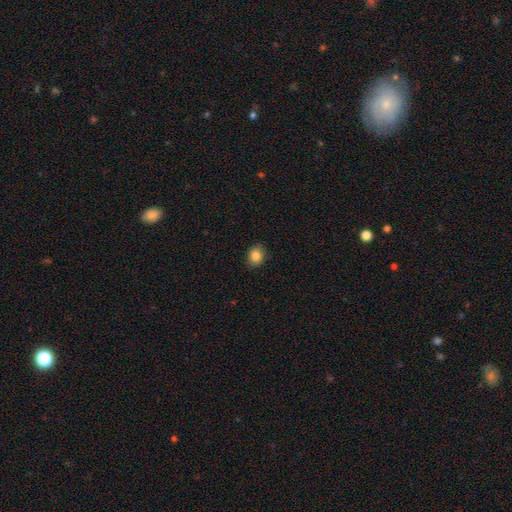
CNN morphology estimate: This is clearly a smooth galaxy (85%). How rounded: possibly round (55%). Merging: clearly none (86%).